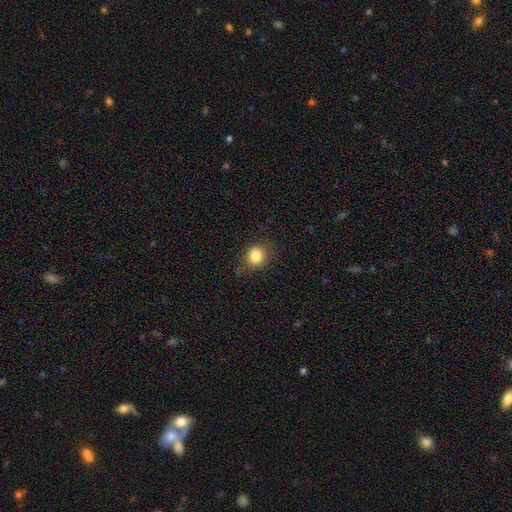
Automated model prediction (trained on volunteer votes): smooth_or_featured: smooth (p=0.82) [alt: star or artifact p=0.11]
how_rounded: round (p=0.78) [alt: in between p=0.21]
merging: none (p=0.77) [alt: minor disturbance p=0.17]